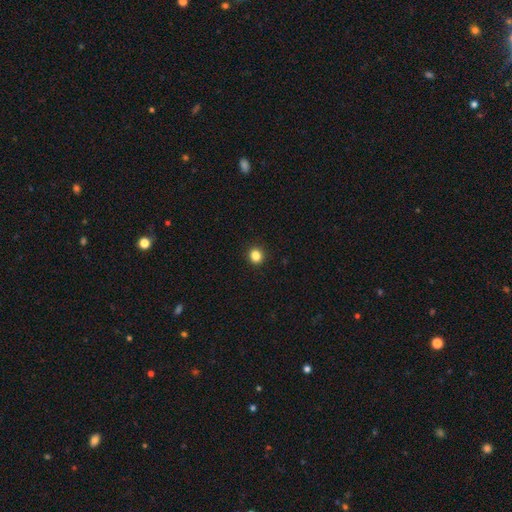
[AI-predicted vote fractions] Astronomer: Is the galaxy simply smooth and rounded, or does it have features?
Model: smooth — 85%.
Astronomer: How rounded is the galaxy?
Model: round — 79%.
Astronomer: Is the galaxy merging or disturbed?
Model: none — 92%.